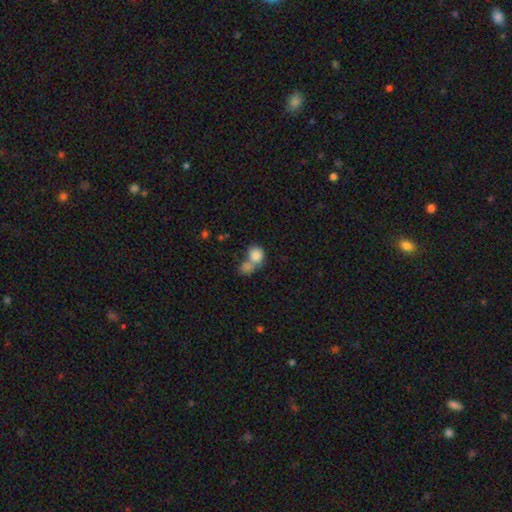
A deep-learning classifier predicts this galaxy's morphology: type=smooth (83%); roundness=round (67%); merging=merger (60%).